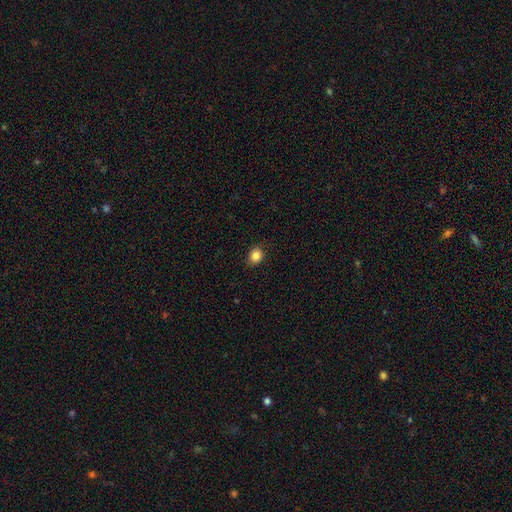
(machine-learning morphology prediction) Smooth or featured: smooth — 86% (star or artifact — 10%)
How rounded: round — 57% (in between — 42%)
Merging: none — 88% (minor disturbance — 9%)